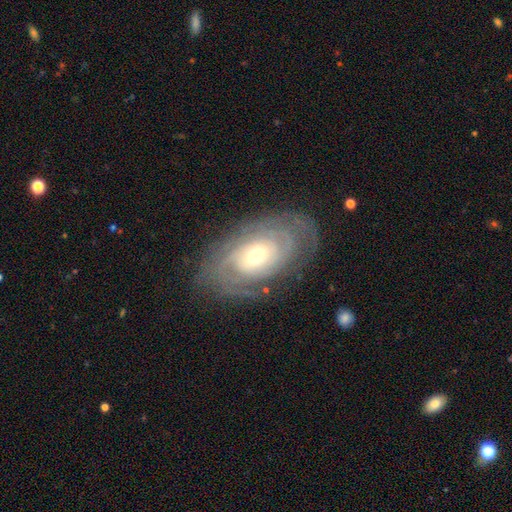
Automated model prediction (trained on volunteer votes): Morphology: type=featured or disk (80%); edge-on=no (94%); bar=no (73%); spiral arms=yes (89%); winding=tight (76%); arm count=can't tell (46%); bulge=small (50%); merging=none (78%).